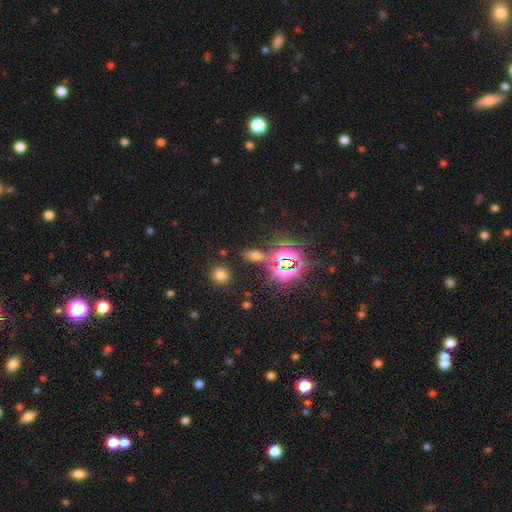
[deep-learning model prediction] Smooth or featured?
  - smooth: 46% *
  - star or artifact: 44%
  - featured or disk: 10%
Merging?
  - none: 77% *
  - minor disturbance: 11%
  - merger: 7%
  - major disturbance: 5%